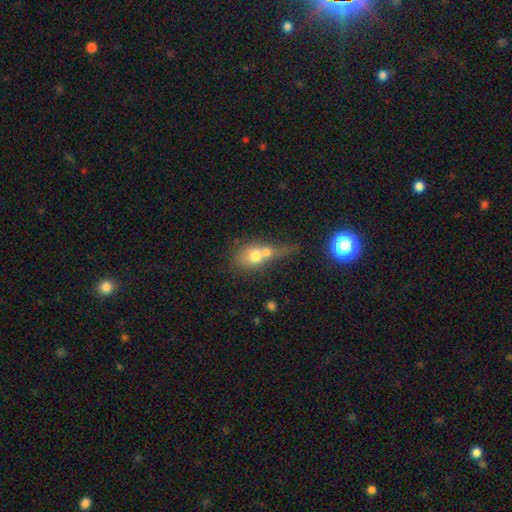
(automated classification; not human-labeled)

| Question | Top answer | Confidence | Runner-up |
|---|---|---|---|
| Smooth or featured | smooth | 65% | featured or disk (24%) |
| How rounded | in between | 48% | round (45%) |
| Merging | merger | 63% | none (18%) |